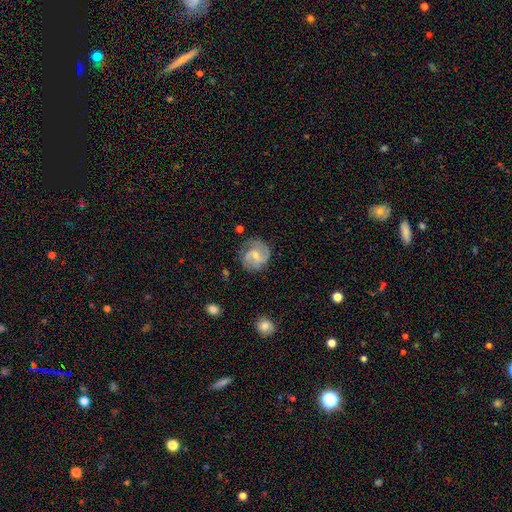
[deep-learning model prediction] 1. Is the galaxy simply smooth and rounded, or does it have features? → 77% featured or disk, 18% smooth, 6% star or artifact.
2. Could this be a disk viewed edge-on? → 98% no, 2% yes.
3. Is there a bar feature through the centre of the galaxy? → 52% weak, 36% no, 12% strong.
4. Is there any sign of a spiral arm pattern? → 94% yes, 6% no.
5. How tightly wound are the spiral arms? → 50% medium, 30% tight, 20% loose.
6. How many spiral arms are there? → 78% 2, 9% can't tell, 6% 3, 4% 1, 2% 4, 2% more than 4.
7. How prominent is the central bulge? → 53% small, 42% moderate, 3% none, 2% large, 1% dominant.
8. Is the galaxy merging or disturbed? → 72% none, 19% minor disturbance, 7% major disturbance, 2% merger.